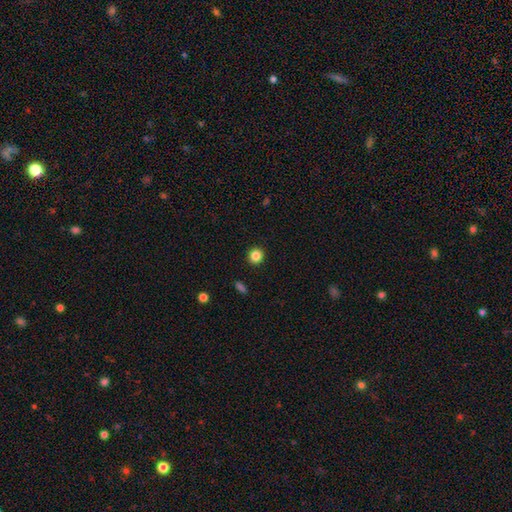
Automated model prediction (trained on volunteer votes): The model was most divided on "smooth or featured": smooth: 85%, star or artifact: 11%, featured or disk: 4%. More confident: merging — none (92%); how rounded — round (91%).